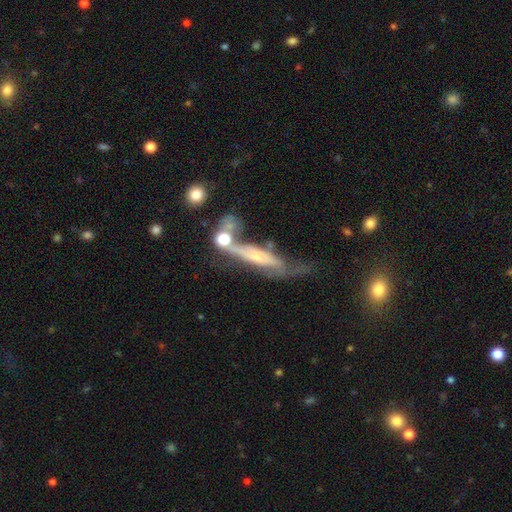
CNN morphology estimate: This appears to be a featured or disk galaxy (63%) viewed edge-on (61%). Merging: none (31%).